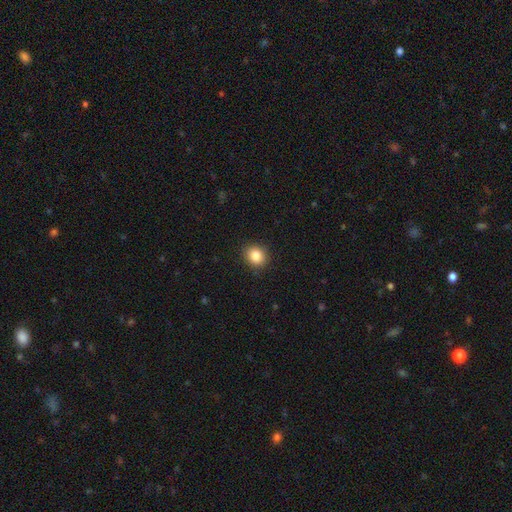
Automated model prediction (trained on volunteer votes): smooth 85%, star or artifact 10%, featured or disk 5%. Down the decision tree: how rounded — round (68%); merging — none (89%).